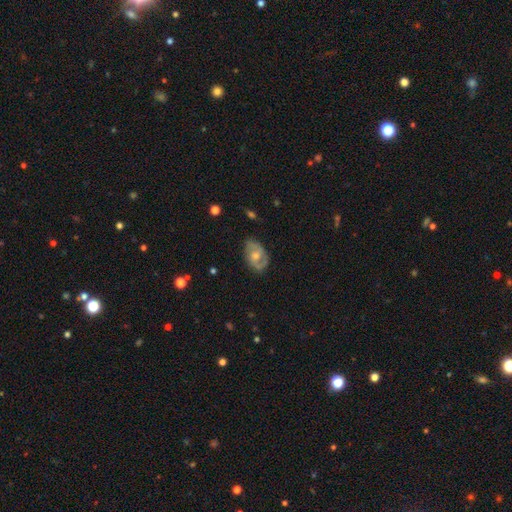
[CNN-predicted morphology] Smooth or featured?
  - featured or disk: 70% *
  - smooth: 23%
  - star or artifact: 7%
Edge-on disk?
  - no: 96% *
  - yes: 4%
Bar?
  - no: 57% *
  - weak: 36%
  - strong: 7%
Spiral arms?
  - yes: 84% *
  - no: 16%
Spiral winding?
  - medium: 48% *
  - tight: 30%
  - loose: 22%
Spiral arm count?
  - 2: 78% *
  - can't tell: 13%
  - 1: 5%
  - 3: 2%
  - 4: 1%
  - more than 4: 1%
Bulge size?
  - moderate: 57% *
  - small: 34%
  - large: 4%
  - none: 3%
  - dominant: 1%
Merging?
  - none: 71% *
  - minor disturbance: 20%
  - major disturbance: 7%
  - merger: 2%